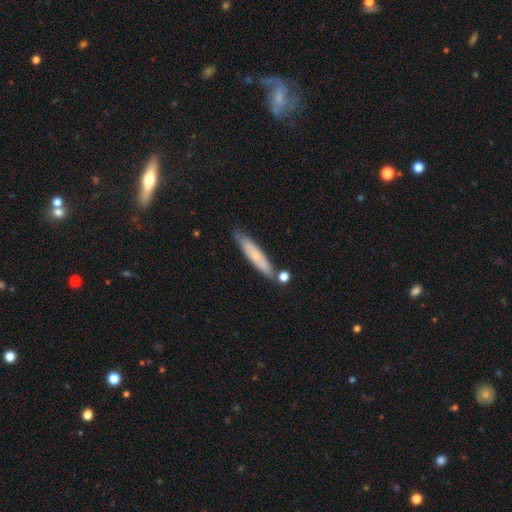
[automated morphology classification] smooth-or-featured: smooth: 62% | featured or disk: 31% | star or artifact: 7%
  how-rounded: cigar-shaped: 89% | in between: 10% | round: 1%
  merging: none: 75% | minor disturbance: 15% | merger: 7% | major disturbance: 3%